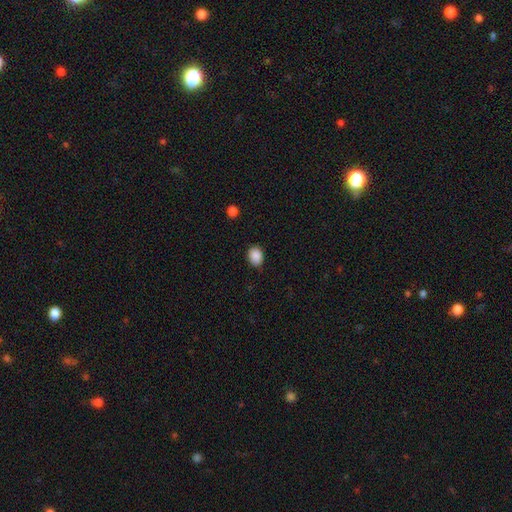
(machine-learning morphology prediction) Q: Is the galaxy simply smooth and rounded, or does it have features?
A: smooth — 89%.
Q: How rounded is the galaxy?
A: in between — 59%.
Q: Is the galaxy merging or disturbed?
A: none — 83%.